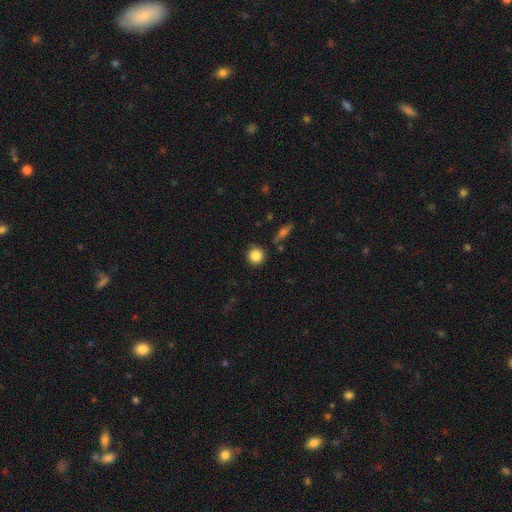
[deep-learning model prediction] The model was most divided on "smooth or featured": smooth: 86%, star or artifact: 9%, featured or disk: 5%. More confident: how rounded — round (93%); merging — none (87%).